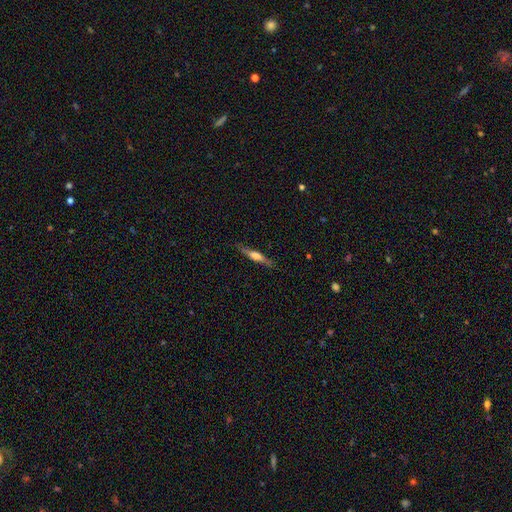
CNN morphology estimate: Smooth or featured: featured or disk — 59% (smooth — 35%)
Edge-on disk: yes — 95% (no — 5%)
Edge-on bulge: rounded — 71% (boxy — 21%)
Merging: none — 83% (minor disturbance — 13%)